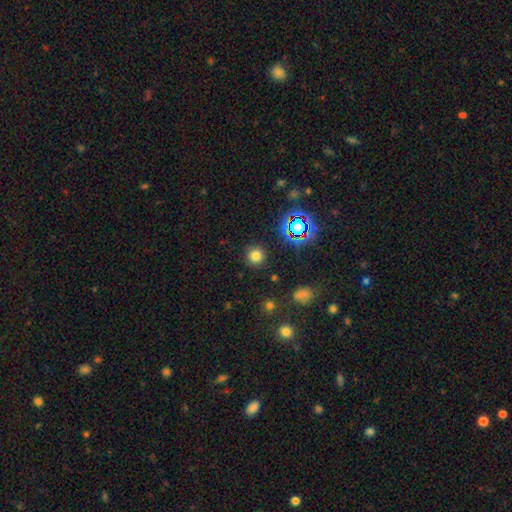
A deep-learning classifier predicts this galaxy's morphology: smooth_or_featured: smooth (p=0.75) [alt: star or artifact p=0.19]
how_rounded: round (p=0.94) [alt: in between p=0.05]
merging: none (p=0.90) [alt: minor disturbance p=0.06]